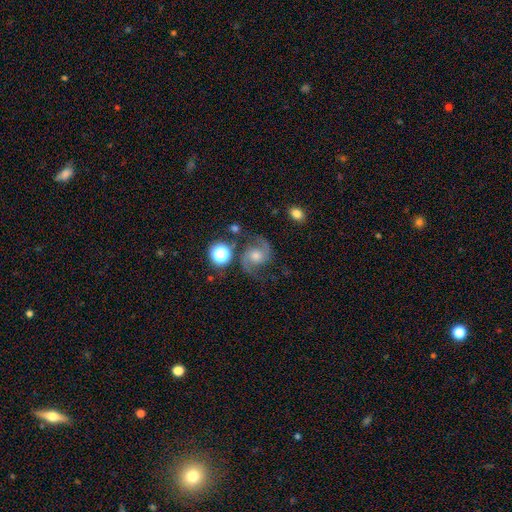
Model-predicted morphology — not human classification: The model was most divided on "bar": no: 58%, weak: 35%, strong: 8%. More confident: edge-on disk — no (98%); spiral arms — yes (97%); spiral arm count — 2 (93%); smooth or featured — featured or disk (85%); merging — none (77%); bulge size — moderate (60%); spiral winding — medium (58%).